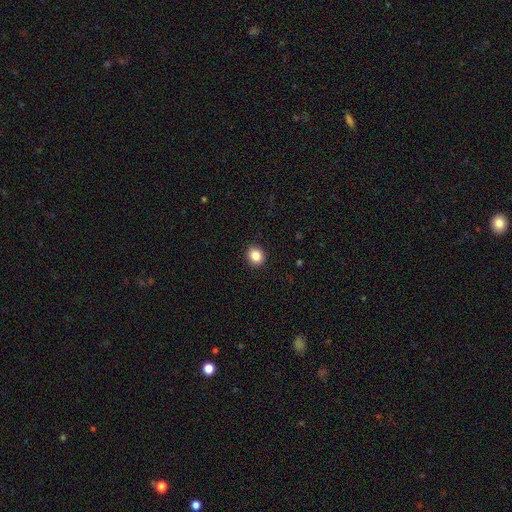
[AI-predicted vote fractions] Overall: smooth (86%). How rounded: round (77%). Merging: none (91%).